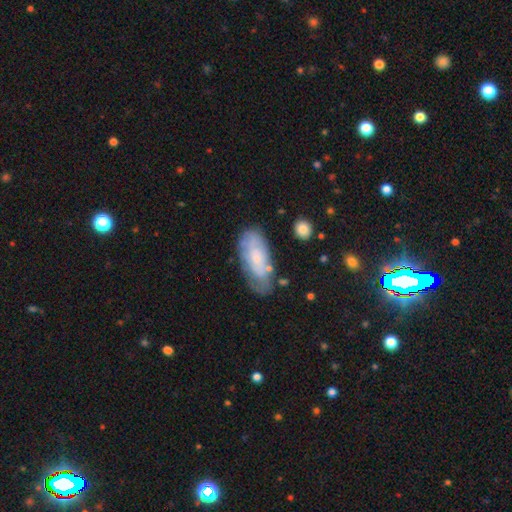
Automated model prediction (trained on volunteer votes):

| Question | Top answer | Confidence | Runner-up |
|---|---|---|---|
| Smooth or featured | smooth | 49% | featured or disk (44%) |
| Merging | none | 60% | minor disturbance (27%) |